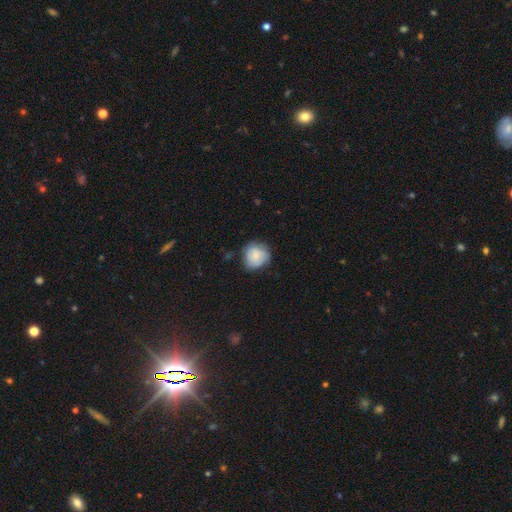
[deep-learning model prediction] A smooth galaxy with no disk features (73%) that is round (86%). Merging: none (68%).